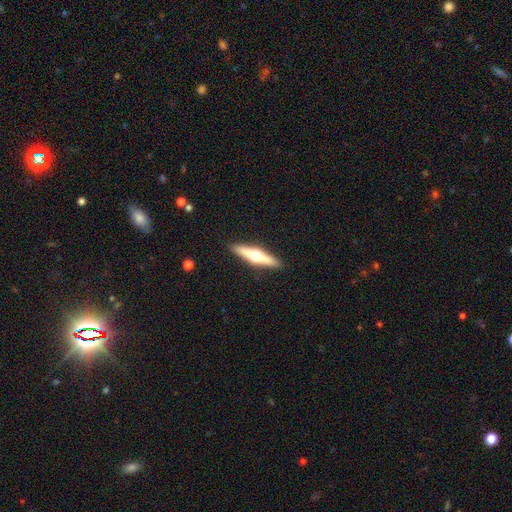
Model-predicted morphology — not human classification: type=featured or disk (63%); edge-on=yes (96%); edge-on bulge=rounded (95%); merging=none (91%).